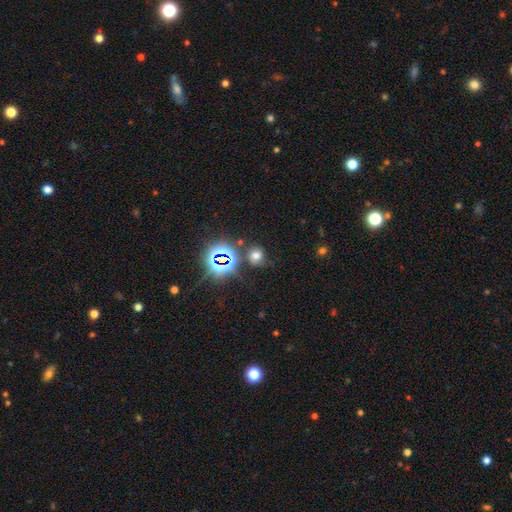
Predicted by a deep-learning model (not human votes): smooth-or-featured: smooth: 59% | star or artifact: 31% | featured or disk: 10%
  how-rounded: round: 75% | in between: 24% | cigar-shaped: 1%
  merging: none: 74% | minor disturbance: 14% | major disturbance: 6% | merger: 6%